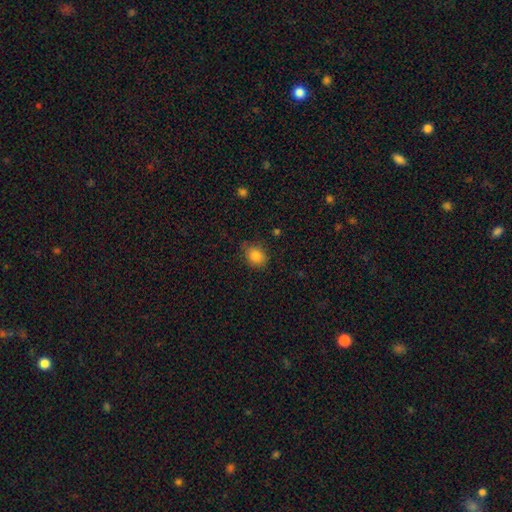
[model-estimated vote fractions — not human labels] smooth_or_featured: smooth (p=0.84) [alt: star or artifact p=0.10]
how_rounded: round (p=0.54) [alt: in between p=0.45]
merging: none (p=0.78) [alt: minor disturbance p=0.17]